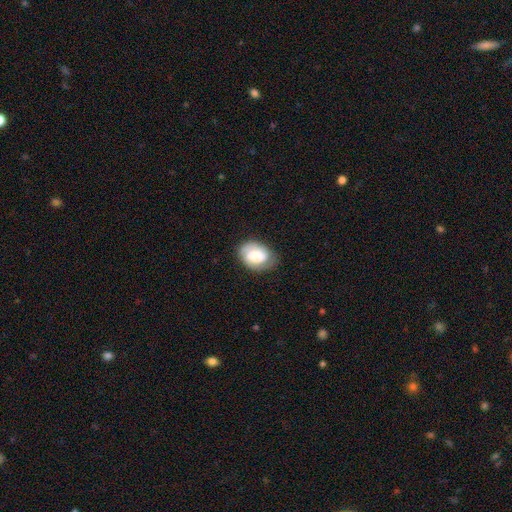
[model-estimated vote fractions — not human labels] A featured or disk galaxy (53%) with no bar (61%), spiral arms (85%) and a moderate central bulge (43%).

Vote fractions:
- Smooth or featured? featured or disk: 53% / smooth: 39% / star or artifact: 7%
- Edge-on disk? no: 97% / yes: 3%
- Bar? no: 61% / weak: 31% / strong: 8%
- Spiral arms? yes: 85% / no: 15%
- Bulge size? moderate: 43% / large: 26% / small: 22% / none: 5% / dominant: 5%
- Merging? none: 72% / minor disturbance: 20% / major disturbance: 7% / merger: 1%